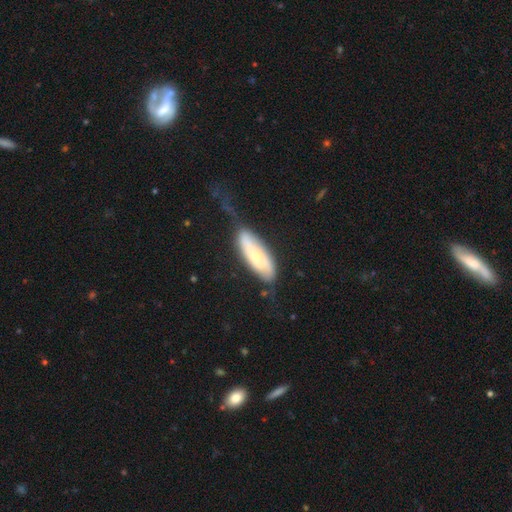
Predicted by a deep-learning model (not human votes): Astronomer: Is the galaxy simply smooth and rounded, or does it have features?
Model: smooth — 48% (runner-up: featured or disk, 46%).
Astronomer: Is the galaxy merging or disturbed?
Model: none — 49% (runner-up: minor disturbance, 30%).